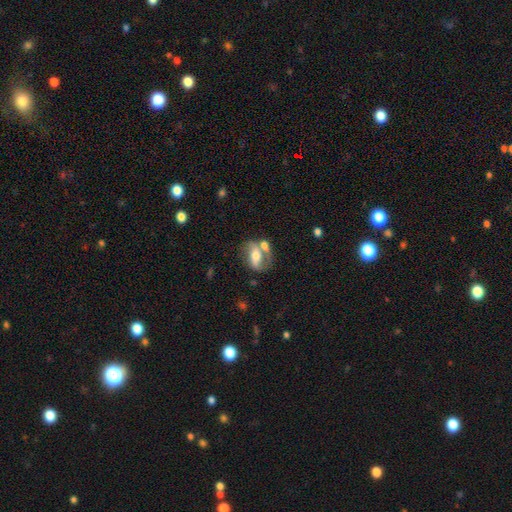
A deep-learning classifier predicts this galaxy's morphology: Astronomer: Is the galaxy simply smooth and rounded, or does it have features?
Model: featured or disk — 53% (runner-up: smooth, 40%).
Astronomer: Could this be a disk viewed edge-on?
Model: no — 87%.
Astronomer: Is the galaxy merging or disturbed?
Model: none — 42% (runner-up: merger, 31%).